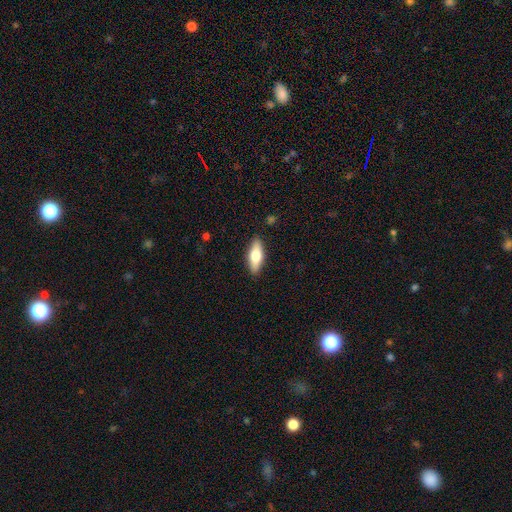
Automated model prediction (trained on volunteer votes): smooth_or_featured: smooth (p=0.68) [alt: featured or disk p=0.26]
how_rounded: in between (p=0.66) [alt: cigar-shaped p=0.32]
merging: none (p=0.88) [alt: minor disturbance p=0.09]